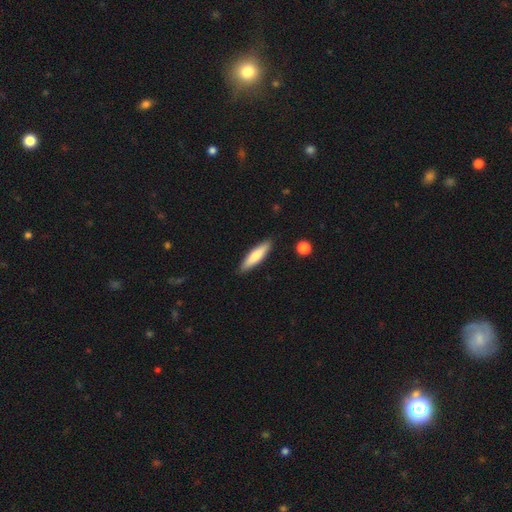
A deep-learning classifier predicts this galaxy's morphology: Smooth or featured? smooth (71%)
How rounded? cigar-shaped (75%)
Merging? none (88%)